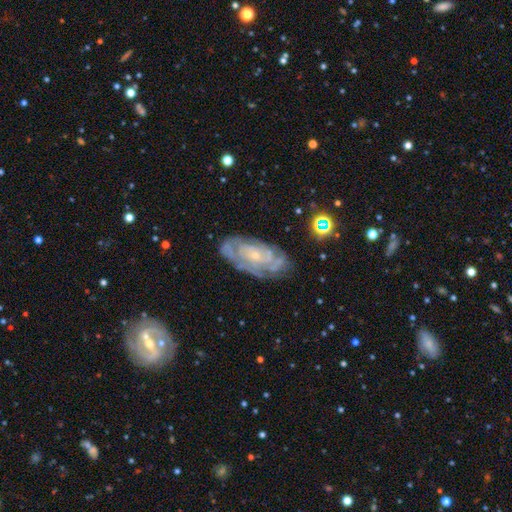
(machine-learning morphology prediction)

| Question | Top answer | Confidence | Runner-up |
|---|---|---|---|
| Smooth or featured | featured or disk | 78% | smooth (14%) |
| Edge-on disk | no | 92% | yes (8%) |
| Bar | no | 74% | weak (21%) |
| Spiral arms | yes | 89% | no (11%) |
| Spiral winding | tight | 72% | medium (22%) |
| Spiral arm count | can't tell | 48% | 2 (17%) |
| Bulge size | small | 80% | moderate (13%) |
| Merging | none | 75% | minor disturbance (17%) |